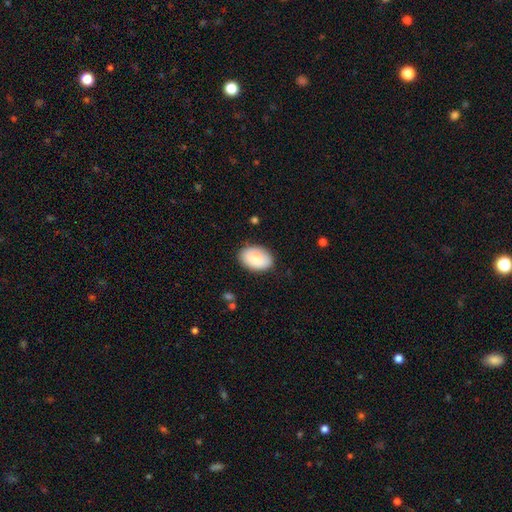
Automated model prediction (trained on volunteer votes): Smooth or featured? Predicted: smooth (p=0.82). How rounded? Predicted: in between (p=0.87). Merging? Predicted: none (p=0.81).